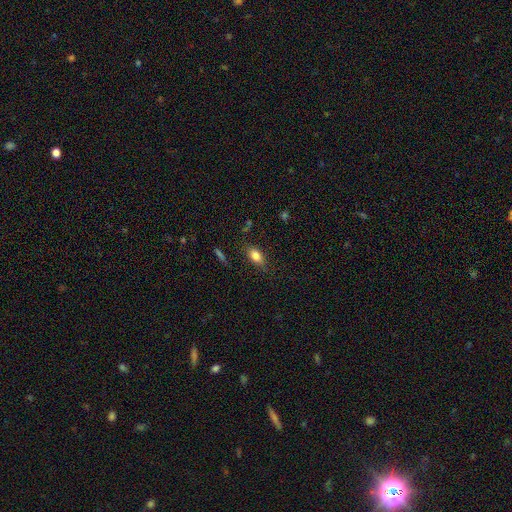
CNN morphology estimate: The model was most divided on "merging": none: 82%, minor disturbance: 13%, major disturbance: 4%, merger: 2%. More confident: how rounded — in between (85%); smooth or featured — smooth (82%).